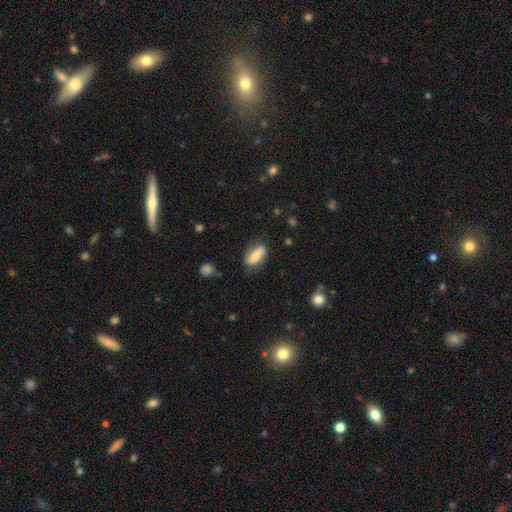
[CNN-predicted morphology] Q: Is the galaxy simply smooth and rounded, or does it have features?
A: smooth — 62%.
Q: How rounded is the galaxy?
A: in between — 82%.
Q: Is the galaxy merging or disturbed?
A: none — 75%.